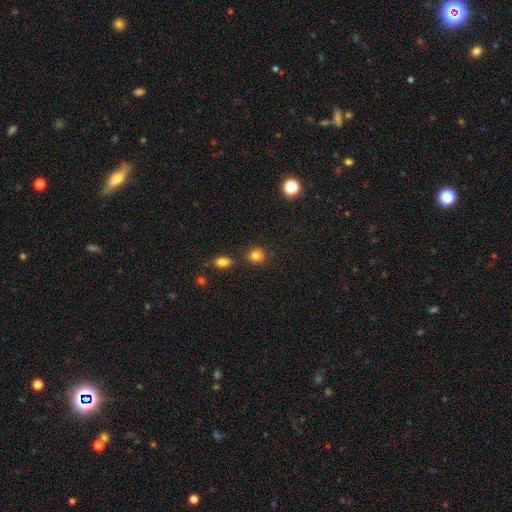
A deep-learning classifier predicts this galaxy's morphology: The model was most divided on "how rounded": round: 80%, in between: 18%, cigar-shaped: 1%. More confident: smooth or featured — smooth (83%); merging — none (79%).